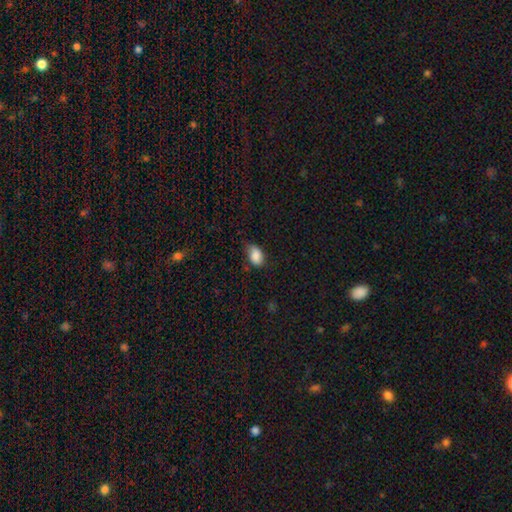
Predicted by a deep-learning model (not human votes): This is clearly a smooth galaxy (87%). How rounded: clearly in between (87%). Merging: possibly none (56%).